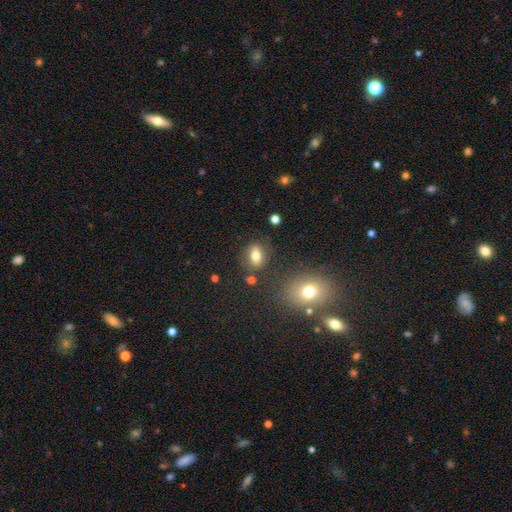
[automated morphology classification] Q: Smooth or featured?
A: smooth (74%); runner-up: featured or disk (14%)
Q: How rounded?
A: in between (73%); runner-up: round (24%)
Q: Merging?
A: none (77%); runner-up: minor disturbance (13%)